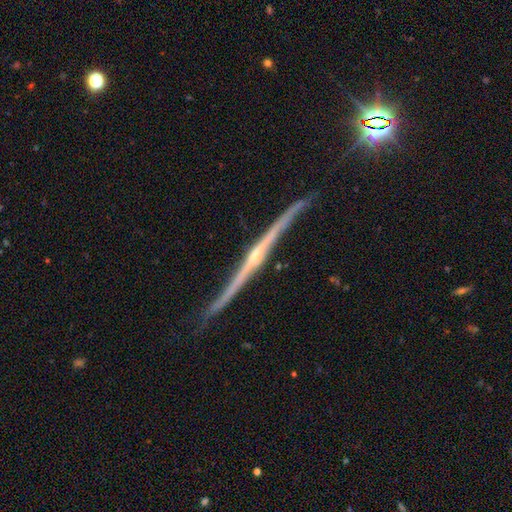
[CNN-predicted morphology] featured or disk 89%, star or artifact 6%, smooth 5%. Down the decision tree: edge-on disk — yes (96%); edge-on bulge — rounded (78%); merging — none (80%).